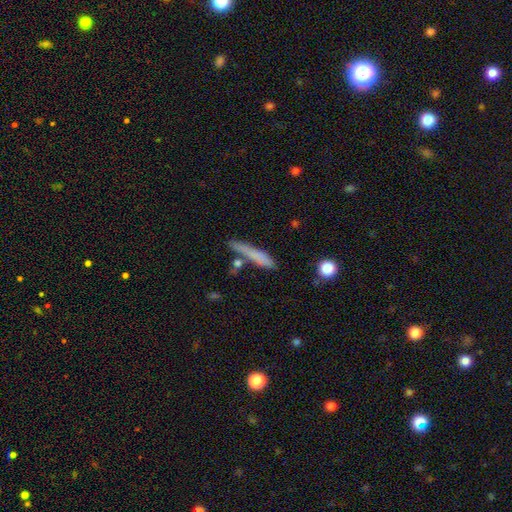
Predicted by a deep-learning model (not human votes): Smooth or featured? Predicted: smooth (p=0.70). How rounded? Predicted: cigar-shaped (p=0.91). Merging? Predicted: none (p=0.67).